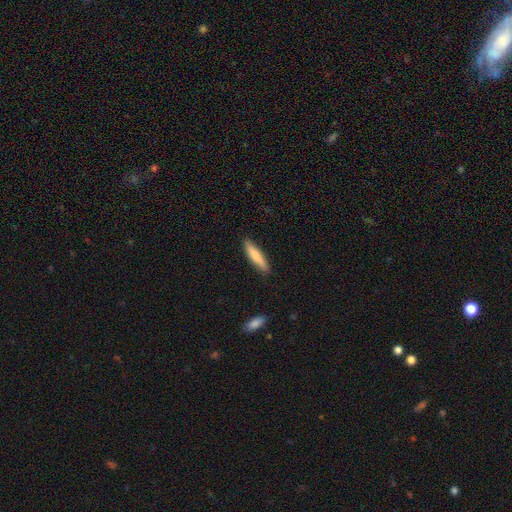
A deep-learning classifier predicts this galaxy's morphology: Q: Smooth or featured?
A: smooth (75%); runner-up: featured or disk (20%)
Q: How rounded?
A: cigar-shaped (85%); runner-up: in between (13%)
Q: Merging?
A: none (89%); runner-up: minor disturbance (8%)